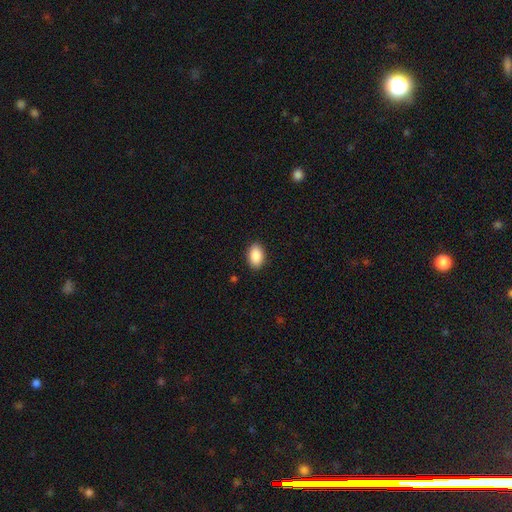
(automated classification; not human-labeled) Smooth or featured?
  - smooth: 89% *
  - star or artifact: 7%
  - featured or disk: 4%
How rounded?
  - in between: 91% *
  - round: 8%
  - cigar-shaped: 1%
Merging?
  - none: 89% *
  - minor disturbance: 8%
  - major disturbance: 2%
  - merger: 1%